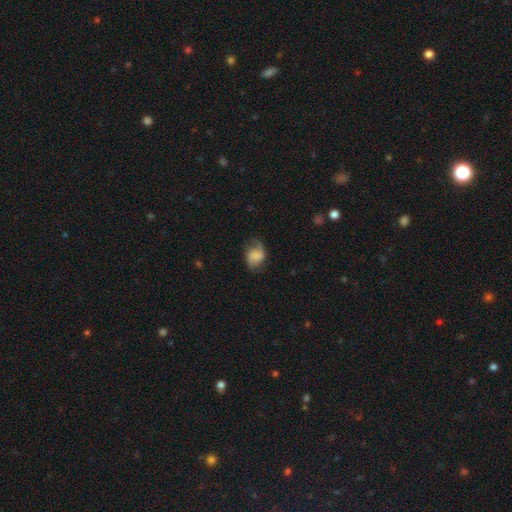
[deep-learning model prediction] This is possibly a smooth galaxy (57%). How rounded: likely in between (64%). Merging: possibly none (52%).